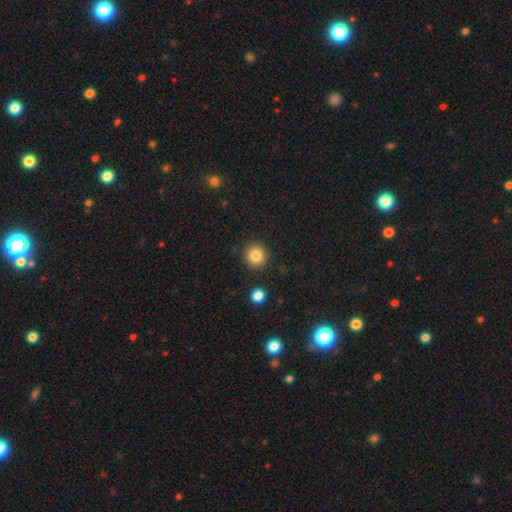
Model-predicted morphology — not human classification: type=smooth (85%); roundness=round (91%); merging=none (89%).